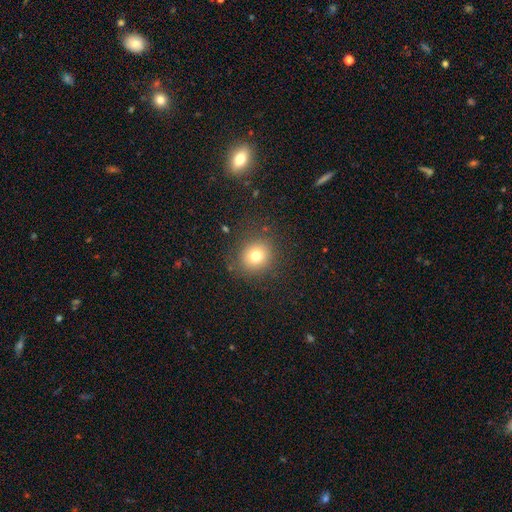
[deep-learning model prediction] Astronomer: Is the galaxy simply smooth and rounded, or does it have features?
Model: smooth — 76%.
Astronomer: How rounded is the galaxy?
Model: round — 87%.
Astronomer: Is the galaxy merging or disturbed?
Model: none — 86%.